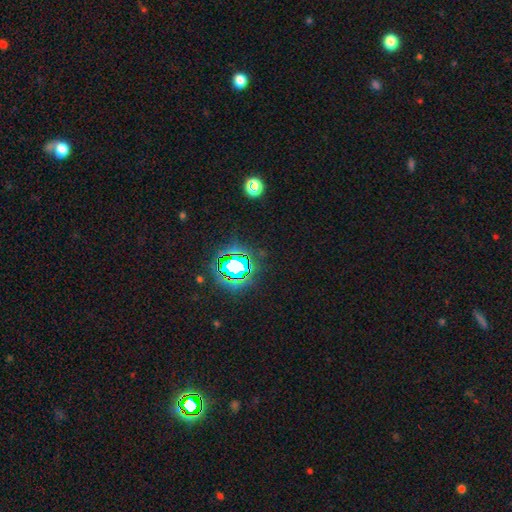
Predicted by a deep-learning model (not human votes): This appears to be a star or artifact, not a galaxy (80%).